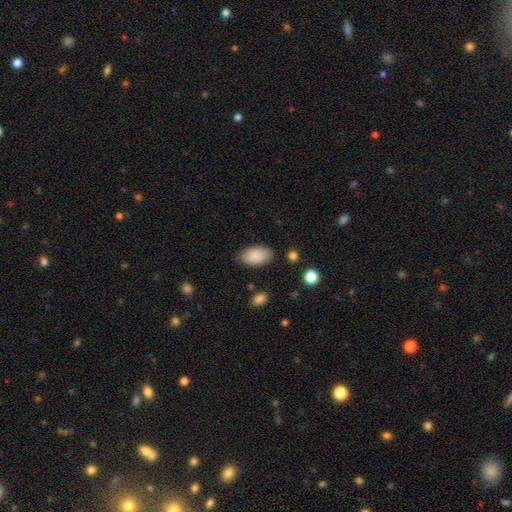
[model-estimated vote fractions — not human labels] Smooth or featured? smooth (89%)
How rounded? in between (94%)
Merging? none (83%)